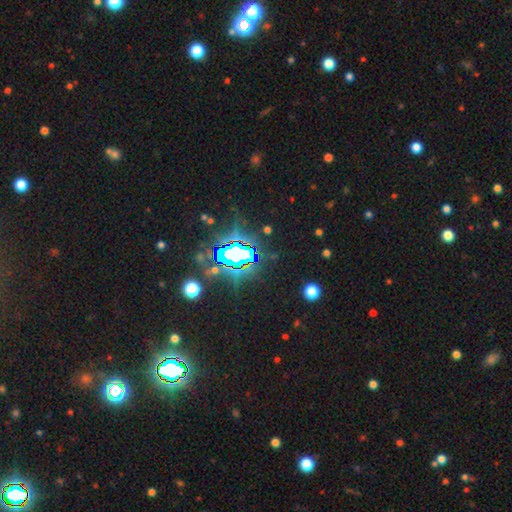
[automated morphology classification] A star or artifact, not a galaxy (85%).